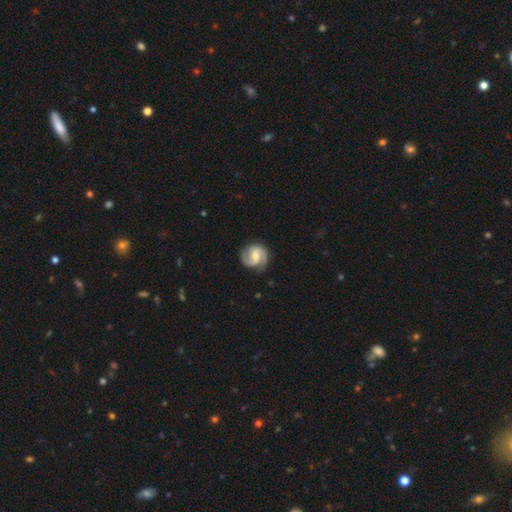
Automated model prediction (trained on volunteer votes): smooth_or_featured: featured or disk (p=0.84) [alt: smooth p=0.11]
disk_edge_on: no (p=0.98) [alt: yes p=0.02]
bar: weak (p=0.51) [alt: no p=0.31]
has_spiral_arms: yes (p=0.97) [alt: no p=0.03]
spiral_winding: medium (p=0.50) [alt: tight p=0.34]
spiral_arm_count: 2 (p=0.89) [alt: can't tell p=0.04]
bulge_size: moderate (p=0.53) [alt: small p=0.37]
merging: none (p=0.80) [alt: minor disturbance p=0.14]